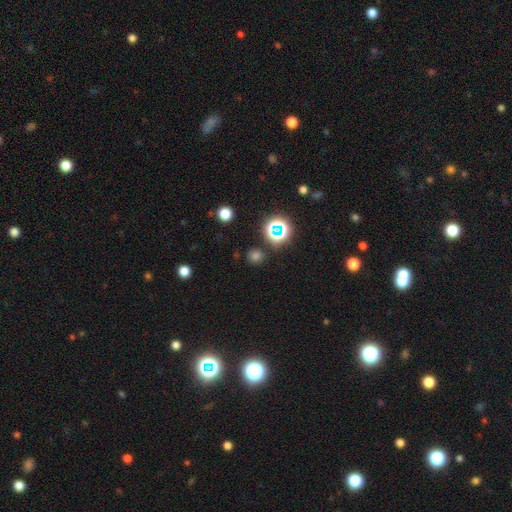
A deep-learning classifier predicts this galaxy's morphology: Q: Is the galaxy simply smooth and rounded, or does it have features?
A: smooth — 63%.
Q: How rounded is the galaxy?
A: round — 87%.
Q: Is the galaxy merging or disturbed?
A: none — 85%.